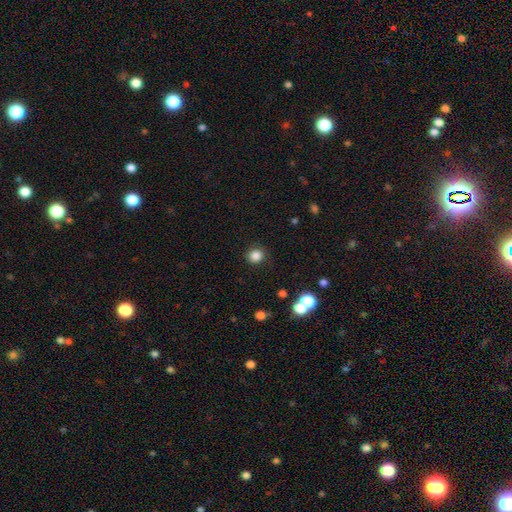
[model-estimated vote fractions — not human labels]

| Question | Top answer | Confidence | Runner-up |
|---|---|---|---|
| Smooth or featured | smooth | 84% | star or artifact (12%) |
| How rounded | round | 86% | in between (13%) |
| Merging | none | 88% | minor disturbance (8%) |